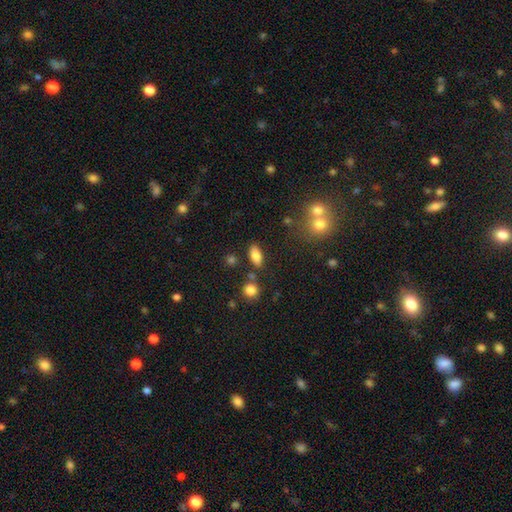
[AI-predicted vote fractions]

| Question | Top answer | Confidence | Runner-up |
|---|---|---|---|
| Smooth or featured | smooth | 82% | star or artifact (9%) |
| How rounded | in between | 87% | cigar-shaped (8%) |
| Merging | none | 79% | minor disturbance (11%) |